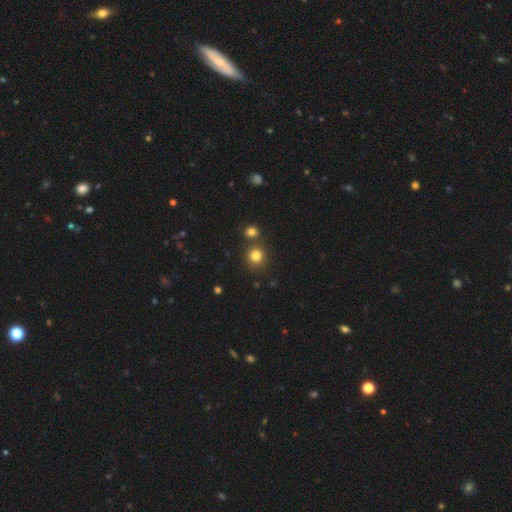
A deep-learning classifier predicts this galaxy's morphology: The model was most divided on "merging": none: 77%, merger: 14%, minor disturbance: 7%, major disturbance: 2%. More confident: how rounded — round (90%); smooth or featured — smooth (81%).